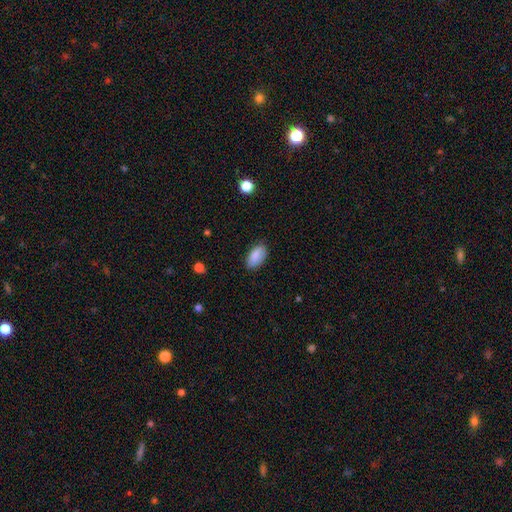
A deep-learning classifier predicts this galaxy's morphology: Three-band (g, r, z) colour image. It shows a smooth galaxy with no disk features (86%) that is in between round and cigar-shaped (93%). Merging: none (83%).